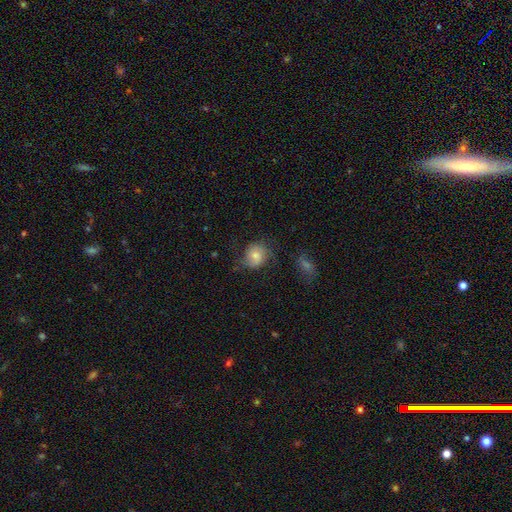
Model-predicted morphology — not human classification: Smooth or featured? smooth (59%)
How rounded? round (70%)
Merging? none (57%)